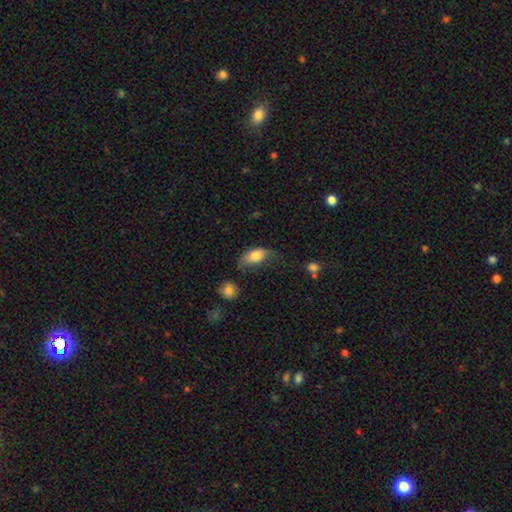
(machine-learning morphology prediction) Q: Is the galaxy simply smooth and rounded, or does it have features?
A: smooth — 78%.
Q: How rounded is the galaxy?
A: in between — 90%.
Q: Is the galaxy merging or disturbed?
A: minor disturbance — 38%.